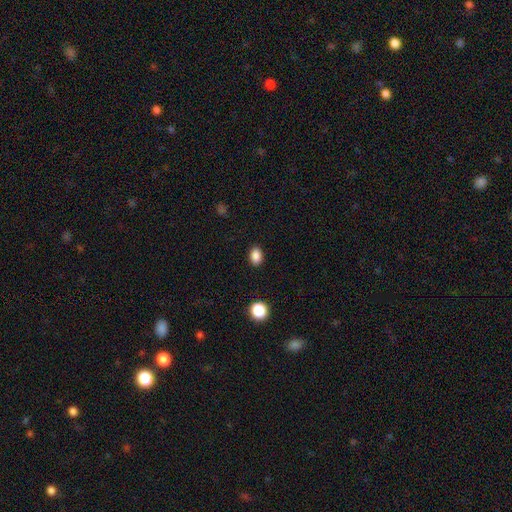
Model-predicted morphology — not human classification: Overall: smooth (87%). How rounded: in between (74%). Merging: none (89%).